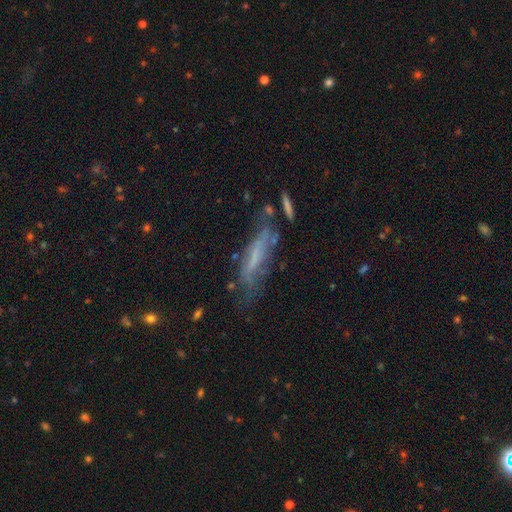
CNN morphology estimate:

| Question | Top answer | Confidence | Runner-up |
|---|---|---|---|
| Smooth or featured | featured or disk | 49% | smooth (39%) |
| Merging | none | 47% | minor disturbance (25%) |